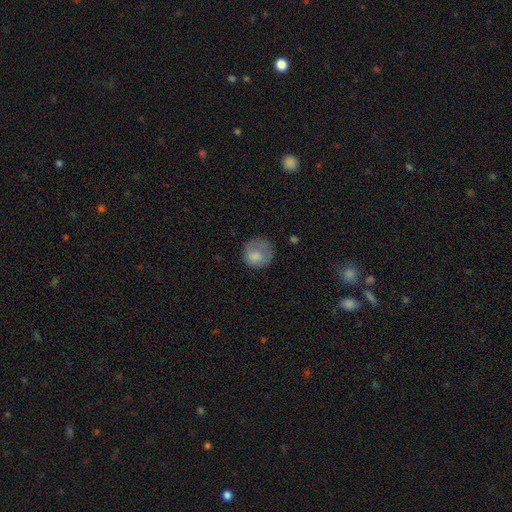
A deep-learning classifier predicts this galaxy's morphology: smooth_or_featured: smooth (p=0.78) [alt: featured or disk p=0.13]
how_rounded: round (p=0.82) [alt: in between p=0.17]
merging: none (p=0.55) [alt: minor disturbance p=0.25]